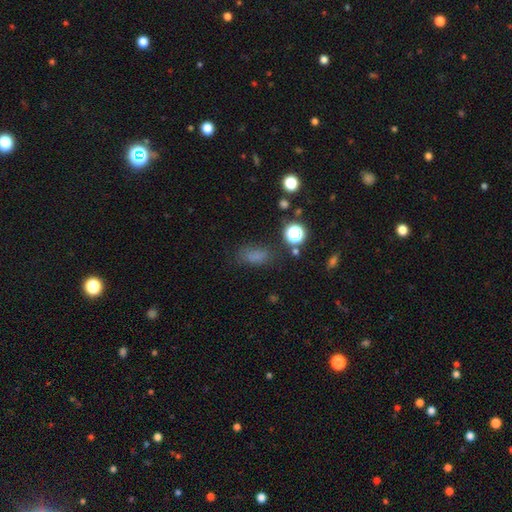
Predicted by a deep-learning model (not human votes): Smooth or featured? Predicted: smooth (p=0.71). How rounded? Predicted: in between (p=0.78). Merging? Predicted: none (p=0.69).